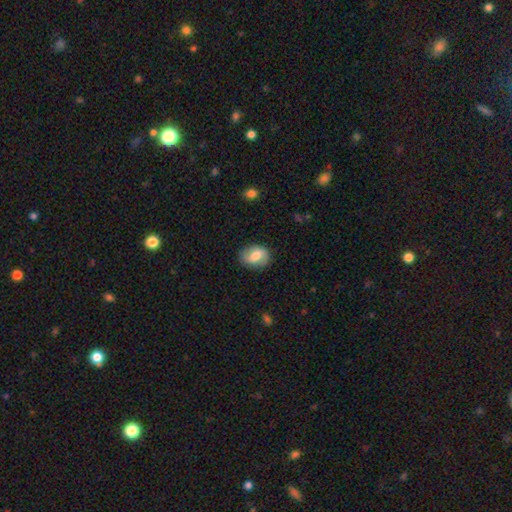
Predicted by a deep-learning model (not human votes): Smooth or featured? smooth (53%)
How rounded? in between (66%)
Merging? none (80%)